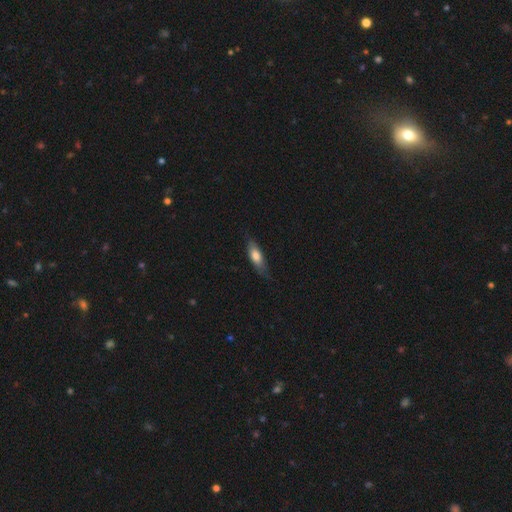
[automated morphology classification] Smooth or featured? Predicted: smooth (p=0.68). How rounded? Predicted: in between (p=0.58). Merging? Predicted: none (p=0.71).